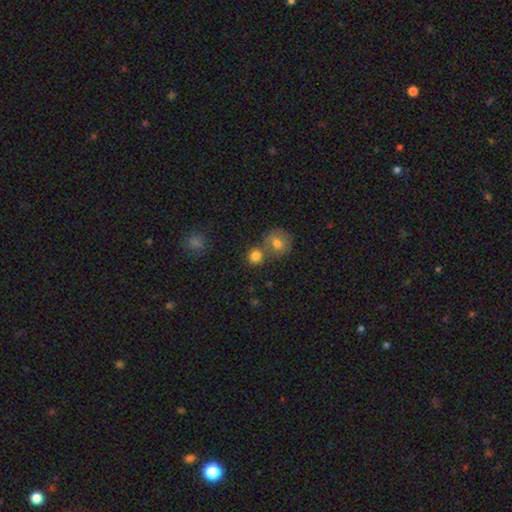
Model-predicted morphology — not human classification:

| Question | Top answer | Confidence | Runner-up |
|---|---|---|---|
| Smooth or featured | smooth | 81% | star or artifact (11%) |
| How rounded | round | 86% | in between (13%) |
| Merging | none | 52% | merger (38%) |